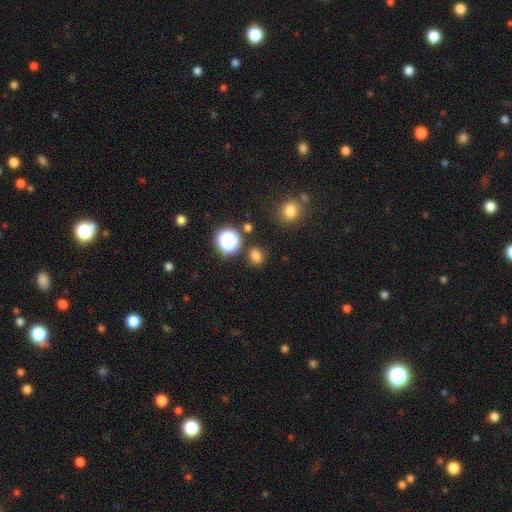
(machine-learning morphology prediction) A smooth galaxy with no disk features (74%) that is round (73%). Merging: none (83%).